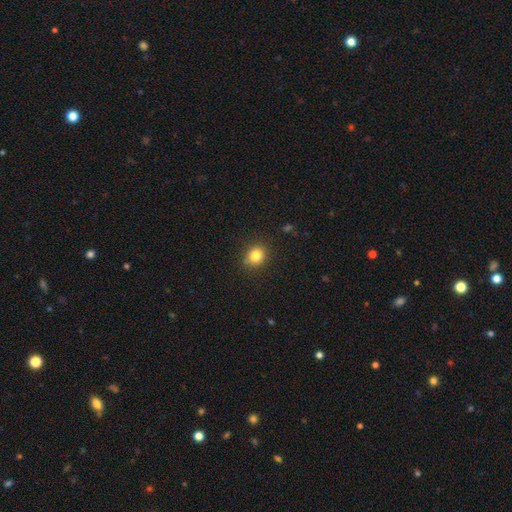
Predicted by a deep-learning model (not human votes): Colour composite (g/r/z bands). It shows a smooth galaxy with no disk features (82%) that is round (75%). Merging: none (85%).